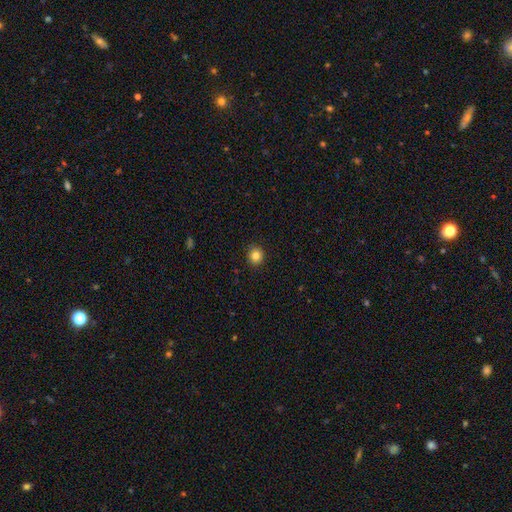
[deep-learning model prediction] Smooth or featured? smooth (84%)
How rounded? round (89%)
Merging? none (91%)